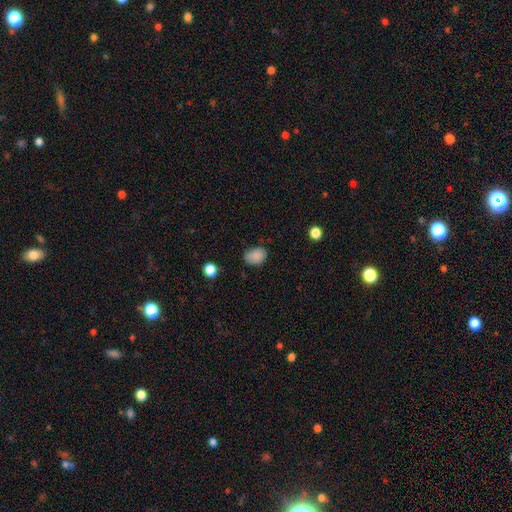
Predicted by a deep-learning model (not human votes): The model was most divided on "how rounded": in between: 68%, round: 31%, cigar-shaped: 1%. More confident: smooth or featured — smooth (86%); merging — none (68%).